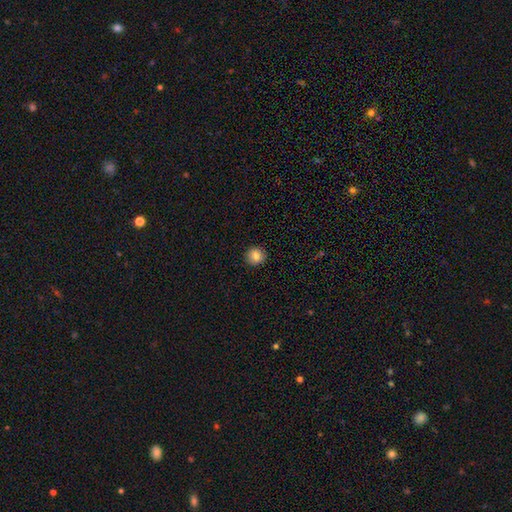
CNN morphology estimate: smooth 83%, star or artifact 10%, featured or disk 7%. Down the decision tree: how rounded — round (93%); merging — none (93%).